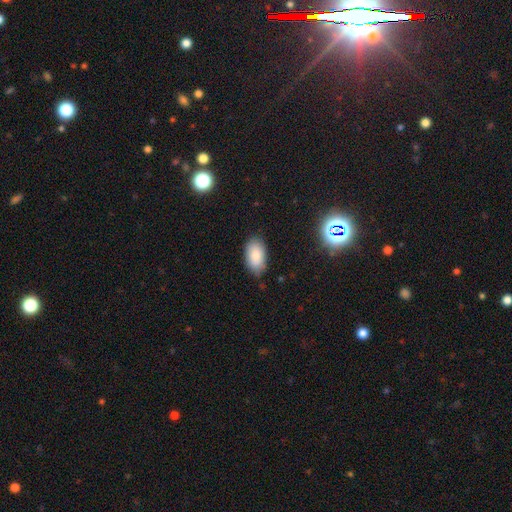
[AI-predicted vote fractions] This appears to be a smooth galaxy with no disk features (84%) that is in between round and cigar-shaped (94%). Merging: none (81%).